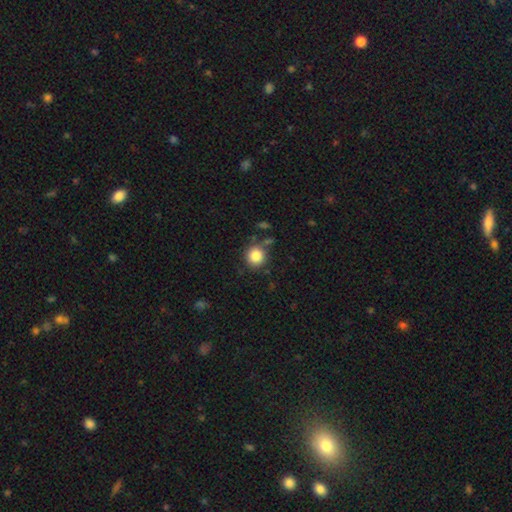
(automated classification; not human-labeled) This is clearly a smooth galaxy (85%). How rounded: clearly round (91%). Merging: clearly none (80%).